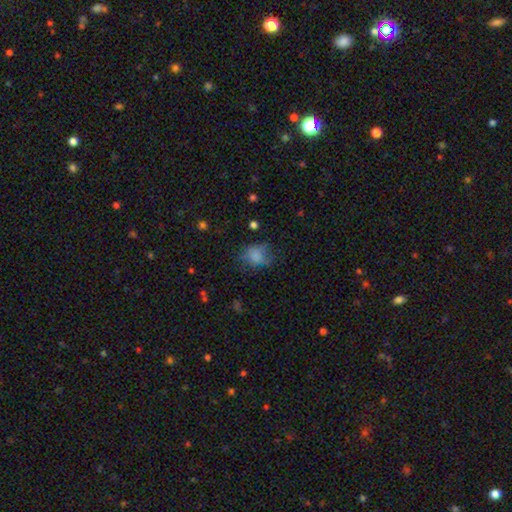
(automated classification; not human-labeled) Smooth or featured? Predicted: smooth (p=0.71). How rounded? Predicted: round (p=0.52). Merging? Predicted: none (p=0.51).